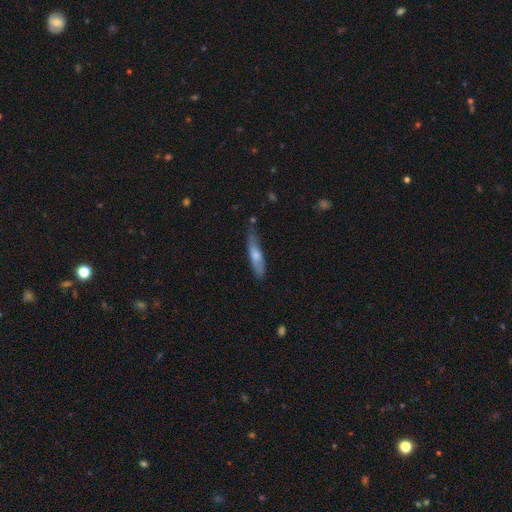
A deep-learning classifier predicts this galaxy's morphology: A smooth galaxy with no disk features (67%) that is cigar-shaped (78%). Merging: none (66%).